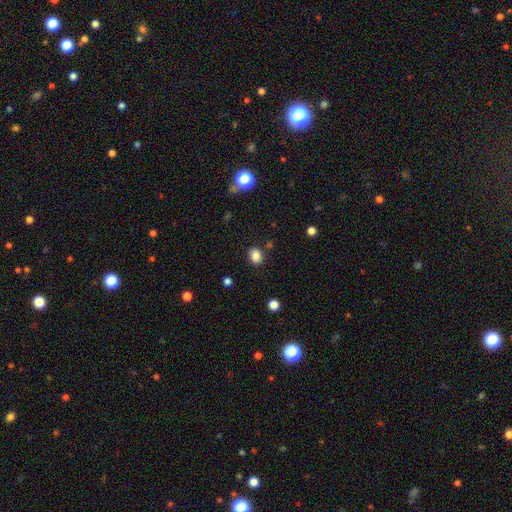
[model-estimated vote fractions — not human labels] Morphology: type=smooth (85%); roundness=in between (53%); merging=none (82%).